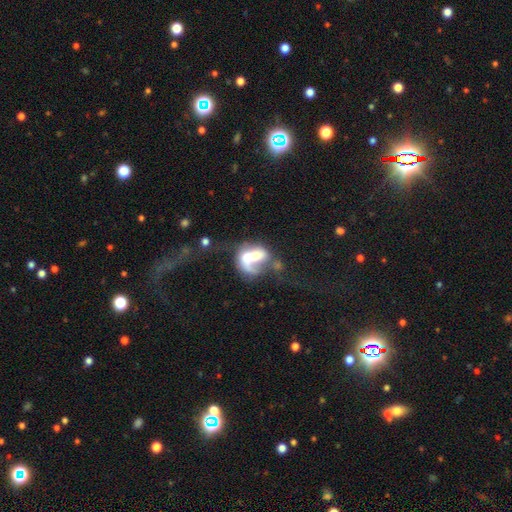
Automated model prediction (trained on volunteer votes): The model was most divided on "bulge size": moderate: 36%, large: 28%, none: 15%, small: 13%, dominant: 7%. More confident: edge-on disk — no (97%); bar — no (74%); spiral arms — no (62%); merging — merger (54%); smooth or featured — featured or disk (52%).